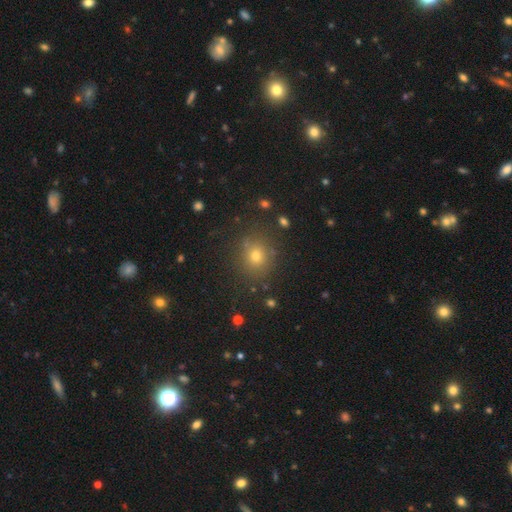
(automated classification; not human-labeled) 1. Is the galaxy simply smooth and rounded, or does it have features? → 70% smooth, 21% star or artifact, 8% featured or disk.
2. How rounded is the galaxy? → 80% round, 19% in between, 1% cigar-shaped.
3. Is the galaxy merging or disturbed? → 85% none, 9% minor disturbance, 3% major disturbance, 3% merger.